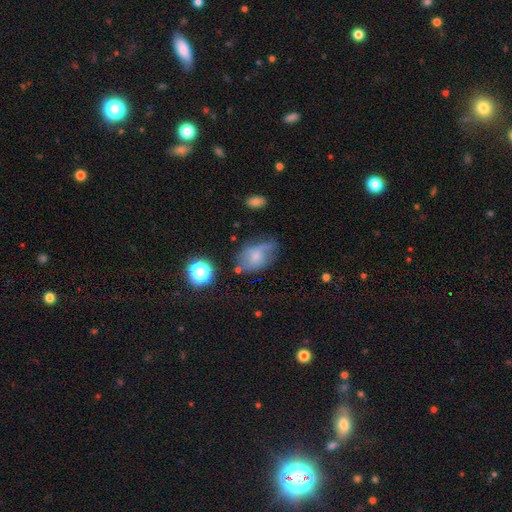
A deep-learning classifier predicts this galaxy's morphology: The model was most divided on "merging": none: 35%, minor disturbance: 34%, major disturbance: 25%, merger: 6%. More confident: how rounded — in between (75%); smooth or featured — smooth (53%).